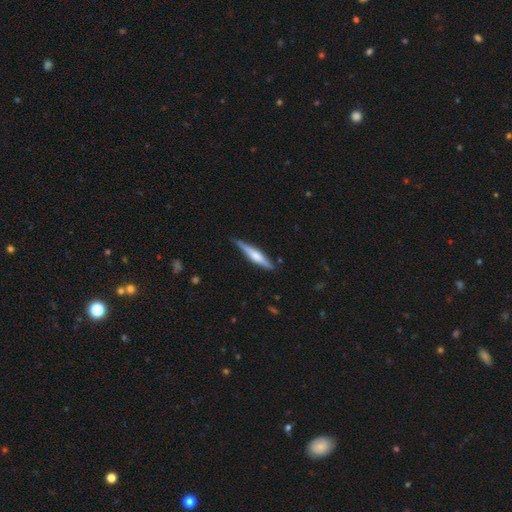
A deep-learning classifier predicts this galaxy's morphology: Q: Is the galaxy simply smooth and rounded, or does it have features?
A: featured or disk — 54%.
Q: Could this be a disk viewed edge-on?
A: yes — 96%.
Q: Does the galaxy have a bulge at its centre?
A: rounded — 65%.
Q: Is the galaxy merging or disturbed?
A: none — 79%.